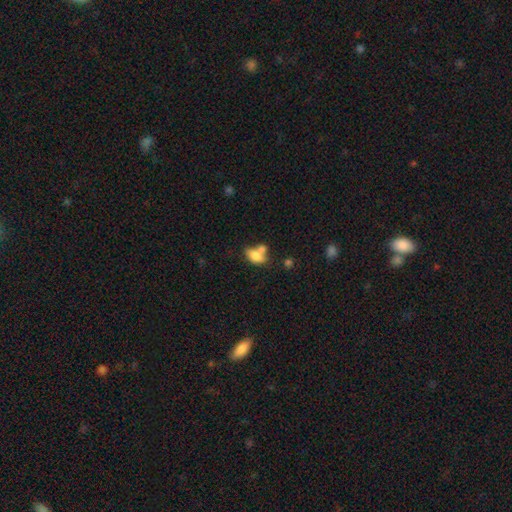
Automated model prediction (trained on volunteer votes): smooth-or-featured: smooth: 76% | featured or disk: 15% | star or artifact: 9%
  how-rounded: in between: 86% | round: 10% | cigar-shaped: 4%
  merging: merger: 41% | none: 39% | minor disturbance: 14% | major disturbance: 6%